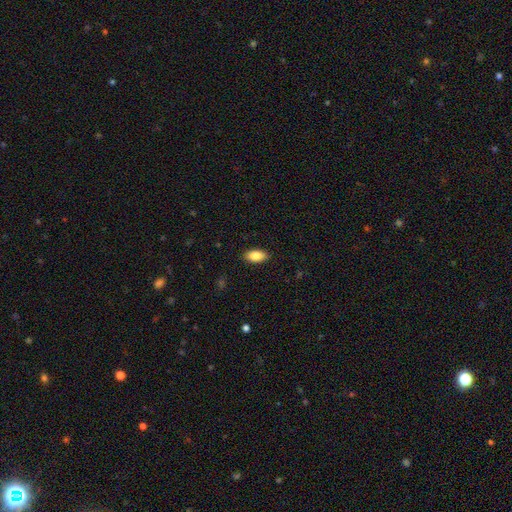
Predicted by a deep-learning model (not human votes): Smooth or featured?
  - smooth: 85% *
  - featured or disk: 8%
  - star or artifact: 7%
How rounded?
  - in between: 92% *
  - cigar-shaped: 5%
  - round: 3%
Merging?
  - none: 89% *
  - minor disturbance: 9%
  - major disturbance: 2%
  - merger: 1%